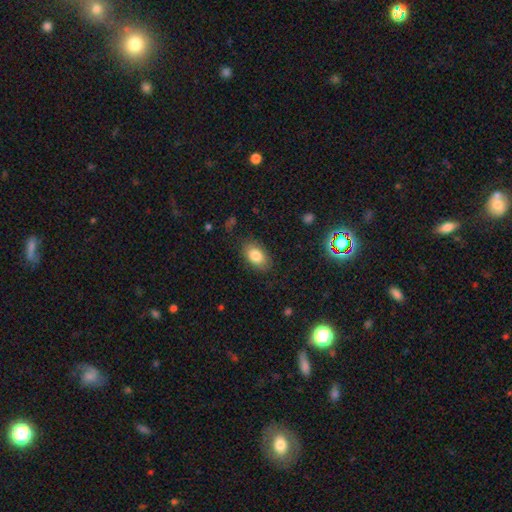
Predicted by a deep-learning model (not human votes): smooth 82%, featured or disk 10%, star or artifact 7%. Down the decision tree: how rounded — in between (91%); merging — none (82%).